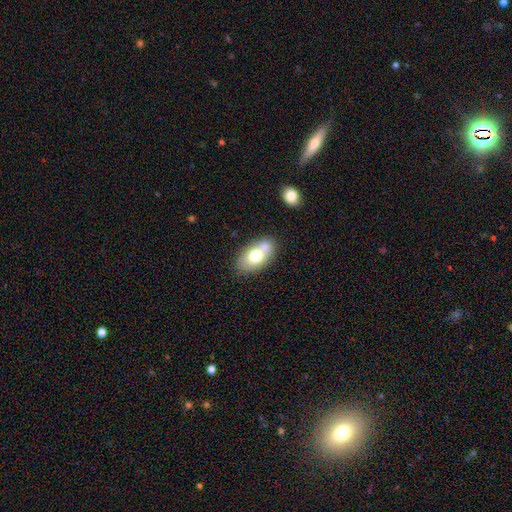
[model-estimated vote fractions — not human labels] This is likely a smooth galaxy (68%). How rounded: clearly in between (87%). Merging: possibly none (53%).